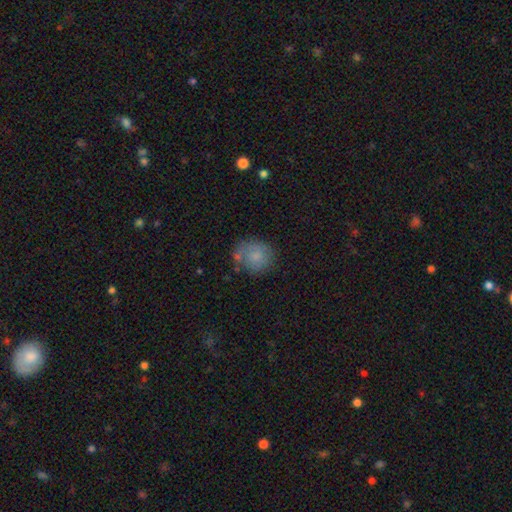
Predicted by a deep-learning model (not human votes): smooth_or_featured: smooth (p=0.77) [alt: featured or disk p=0.15]
how_rounded: round (p=0.81) [alt: in between p=0.18]
merging: none (p=0.62) [alt: minor disturbance p=0.20]